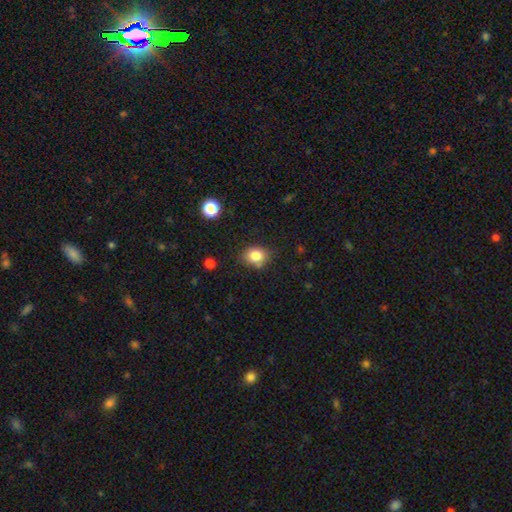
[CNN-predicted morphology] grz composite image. It shows a smooth galaxy with no disk features (83%) that is round (58%). Merging: none (74%).